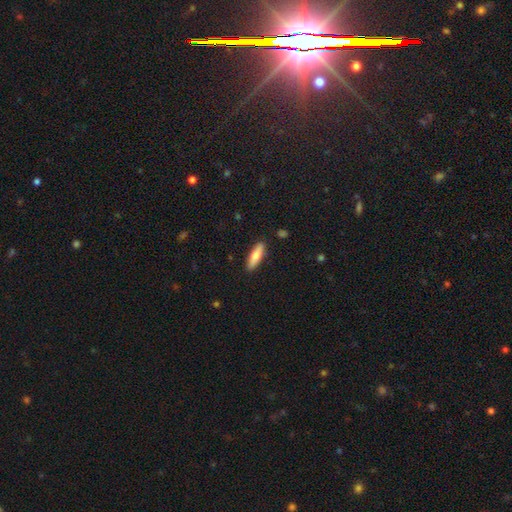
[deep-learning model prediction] smooth 75%, featured or disk 19%, star or artifact 6%. Down the decision tree: how rounded — cigar-shaped (61%); merging — none (89%).